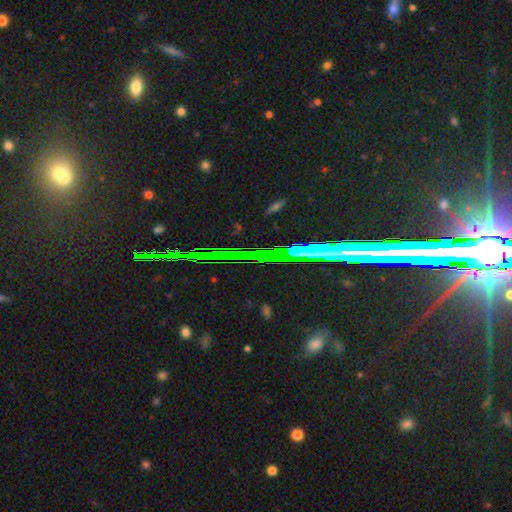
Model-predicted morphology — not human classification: The model was most divided on "smooth or featured": star or artifact: 77%, featured or disk: 14%, smooth: 8%.